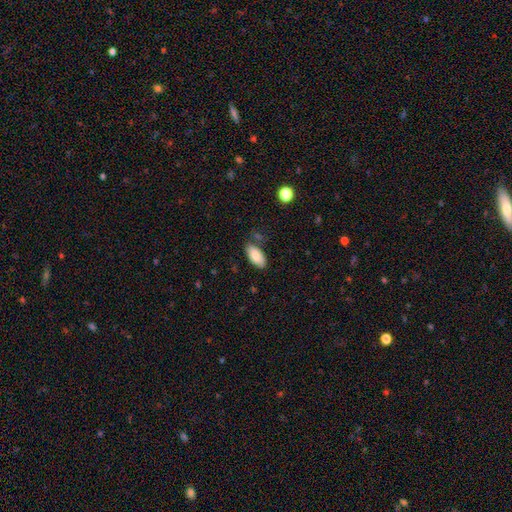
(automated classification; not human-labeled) Morphology: type=smooth (85%); roundness=in between (92%); merging=none (75%).